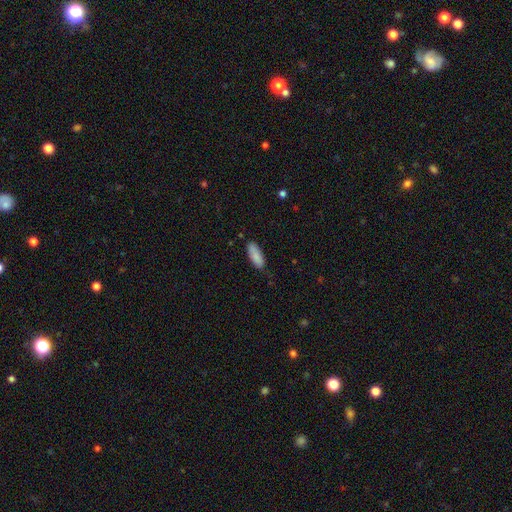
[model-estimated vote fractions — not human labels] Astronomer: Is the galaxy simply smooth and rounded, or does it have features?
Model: smooth — 87%.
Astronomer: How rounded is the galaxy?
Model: in between — 70%.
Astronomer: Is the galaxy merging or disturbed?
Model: none — 80%.